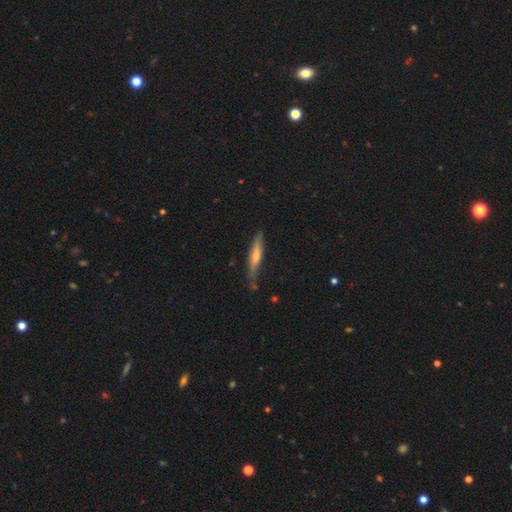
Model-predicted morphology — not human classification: Smooth or featured? featured or disk (51%)
Edge-on disk? yes (91%)
Merging? none (74%)